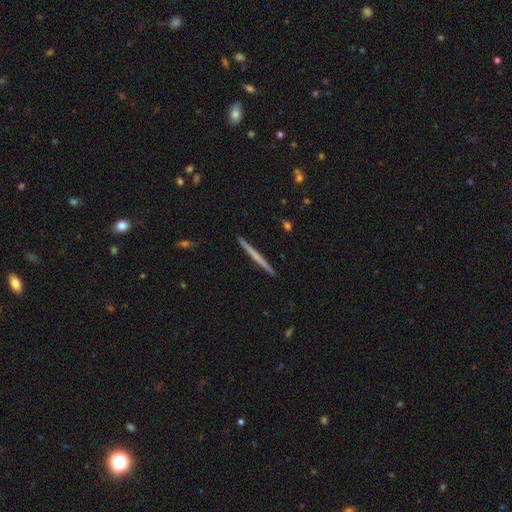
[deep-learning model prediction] Smooth or featured: smooth — 49% (featured or disk — 46%)
Merging: none — 93% (minor disturbance — 5%)